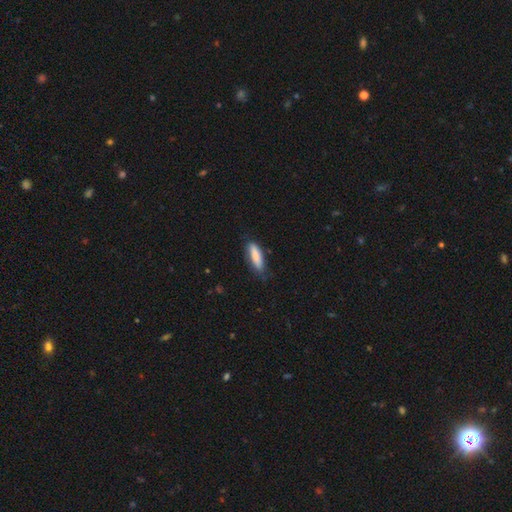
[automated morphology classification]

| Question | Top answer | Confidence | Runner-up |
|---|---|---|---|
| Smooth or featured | smooth | 84% | featured or disk (10%) |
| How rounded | cigar-shaped | 56% | in between (43%) |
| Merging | none | 70% | minor disturbance (24%) |